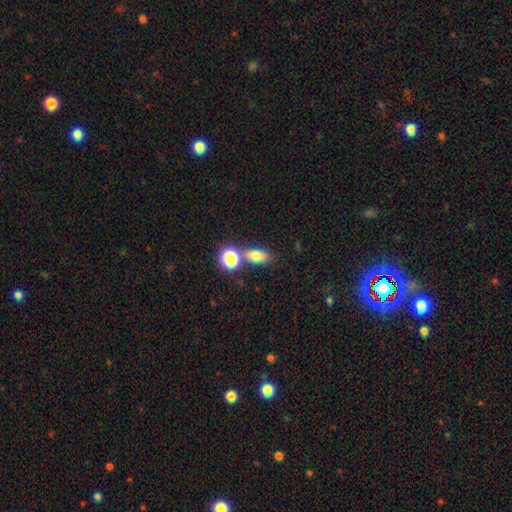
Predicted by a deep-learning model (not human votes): Smooth or featured? Predicted: smooth (p=0.74). How rounded? Predicted: in between (p=0.73). Merging? Predicted: none (p=0.65).